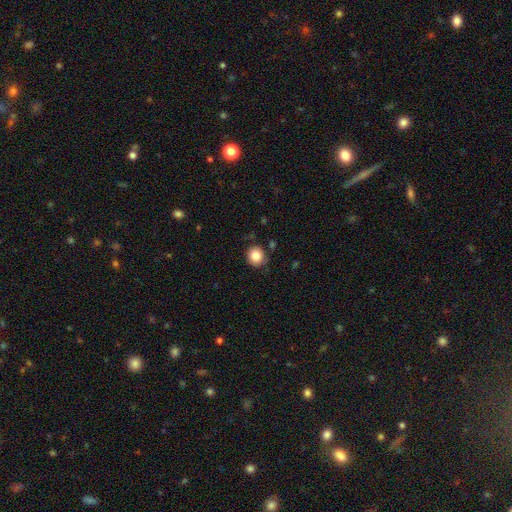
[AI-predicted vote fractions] A smooth galaxy with no disk features (84%) that is round (89%). Merging: none (84%).